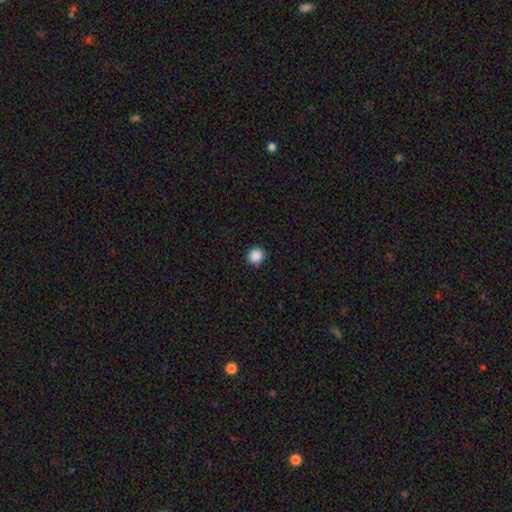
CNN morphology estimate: The model was most divided on "smooth or featured": smooth: 88%, star or artifact: 10%, featured or disk: 2%. More confident: how rounded — round (91%); merging — none (90%).